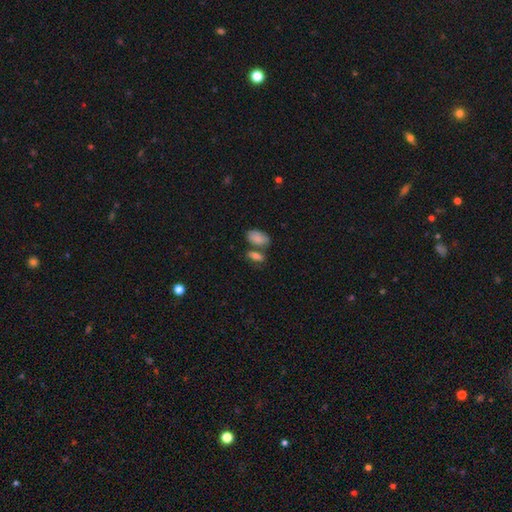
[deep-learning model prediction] Smooth or featured: smooth — 77% (featured or disk — 13%)
How rounded: in between — 81% (cigar-shaped — 12%)
Merging: none — 50% (merger — 31%)